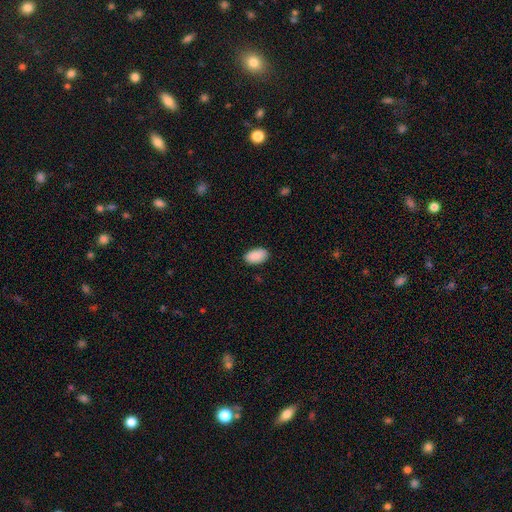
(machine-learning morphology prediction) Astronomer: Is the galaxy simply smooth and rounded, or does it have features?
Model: smooth — 91%.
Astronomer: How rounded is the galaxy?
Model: in between — 94%.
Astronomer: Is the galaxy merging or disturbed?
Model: none — 87%.